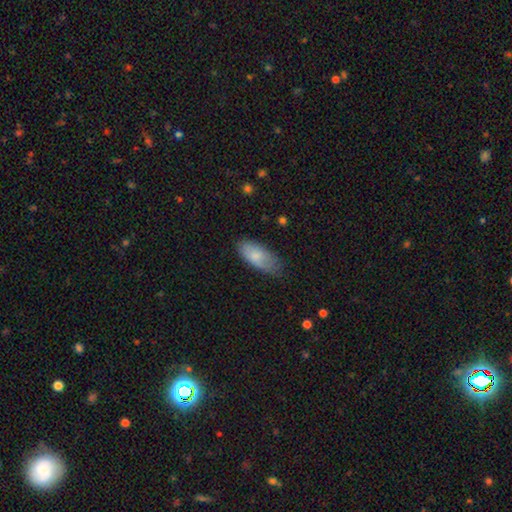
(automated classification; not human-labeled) A smooth galaxy with no disk features (80%) that is in between round and cigar-shaped (88%).

Vote fractions:
- Smooth or featured? smooth: 80% / featured or disk: 14% / star or artifact: 6%
- How rounded? in between: 88% / cigar-shaped: 10% / round: 2%
- Merging? none: 63% / minor disturbance: 29% / major disturbance: 6% / merger: 1%